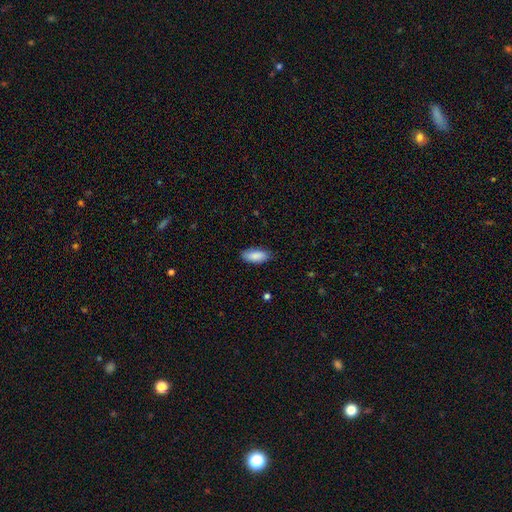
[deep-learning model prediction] smooth_or_featured: smooth (p=0.88) [alt: featured or disk p=0.06]
how_rounded: in between (p=0.88) [alt: cigar-shaped p=0.11]
merging: none (p=0.82) [alt: minor disturbance p=0.15]